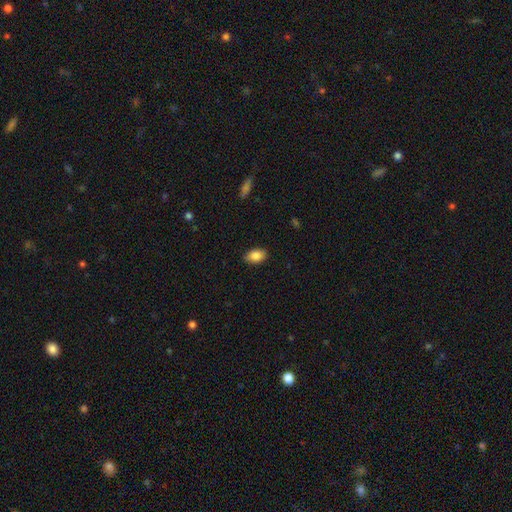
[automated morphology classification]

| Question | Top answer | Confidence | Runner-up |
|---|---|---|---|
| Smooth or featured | smooth | 86% | star or artifact (7%) |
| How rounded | in between | 89% | round (9%) |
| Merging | none | 85% | minor disturbance (12%) |